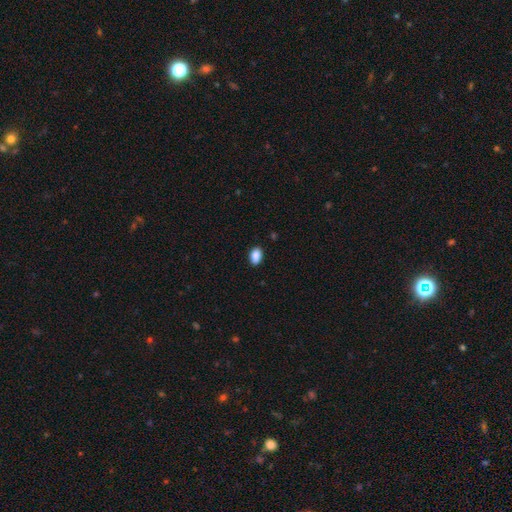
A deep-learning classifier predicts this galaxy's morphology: A smooth galaxy with no disk features (88%) that is in between round and cigar-shaped (89%). Merging: none (85%).